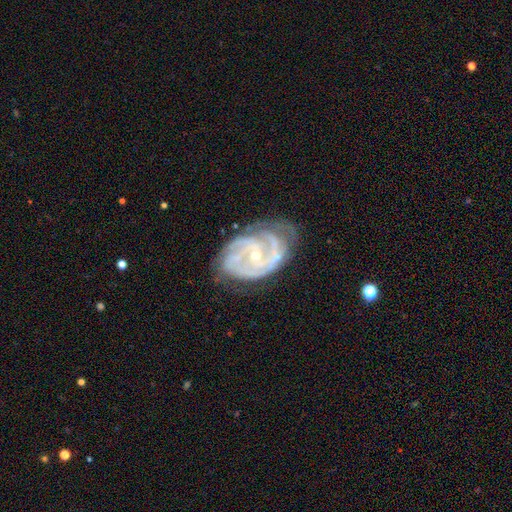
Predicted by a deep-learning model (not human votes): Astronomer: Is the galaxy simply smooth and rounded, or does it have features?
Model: featured or disk — 89%.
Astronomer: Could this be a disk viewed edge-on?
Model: no — 97%.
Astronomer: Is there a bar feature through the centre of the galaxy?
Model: no — 62%.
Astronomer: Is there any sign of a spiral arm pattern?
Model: yes — 96%.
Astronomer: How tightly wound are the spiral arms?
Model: tight — 61%.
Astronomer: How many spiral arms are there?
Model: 3 — 29% (runner-up: 2, 26%).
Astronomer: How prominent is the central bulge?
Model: small — 71%.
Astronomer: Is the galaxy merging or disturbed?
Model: none — 61%.